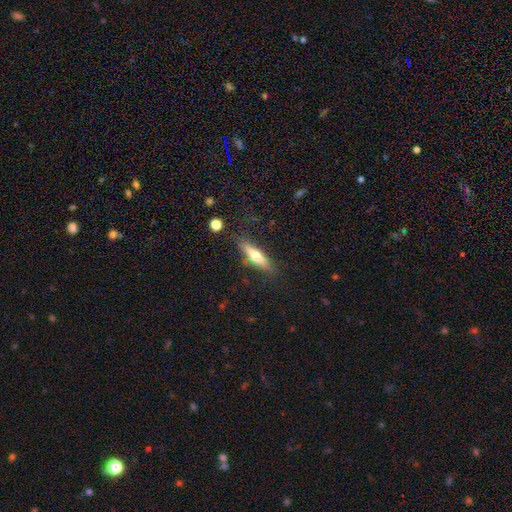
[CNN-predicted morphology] This appears to be a smooth galaxy with no disk features (58%) that is cigar-shaped (67%). Merging: none (81%).